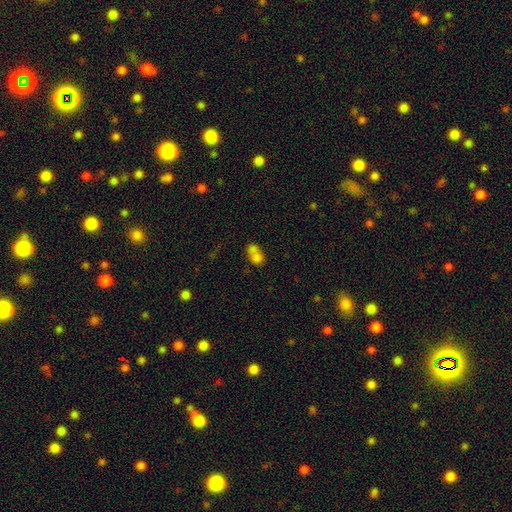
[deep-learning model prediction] Smooth or featured? smooth (73%)
How rounded? round (51%)
Merging? merger (64%)